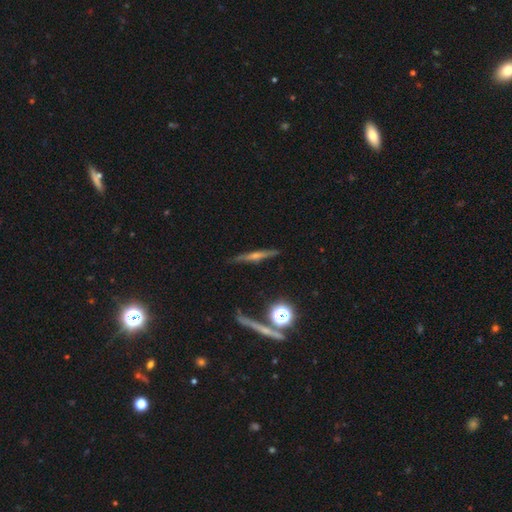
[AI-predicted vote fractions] A featured or disk galaxy (69%) viewed edge-on (95%) with a rounded central bulge (74%).

Vote fractions:
- Smooth or featured? featured or disk: 69% / smooth: 20% / star or artifact: 11%
- Edge-on disk? yes: 95% / no: 5%
- Edge-on bulge? rounded: 74% / none: 18% / boxy: 8%
- Merging? none: 87% / minor disturbance: 9% / major disturbance: 2% / merger: 2%